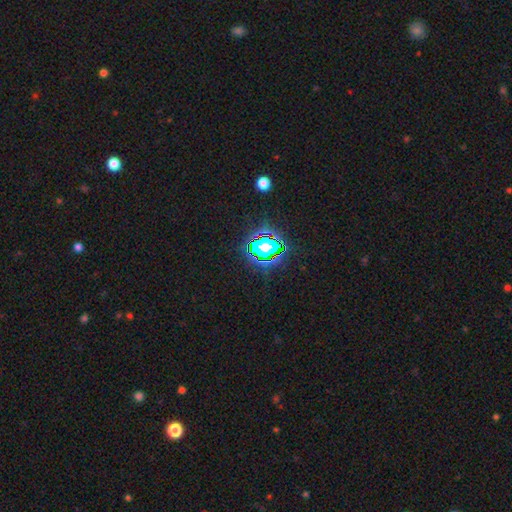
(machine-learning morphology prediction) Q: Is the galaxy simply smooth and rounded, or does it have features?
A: star or artifact — 83%.